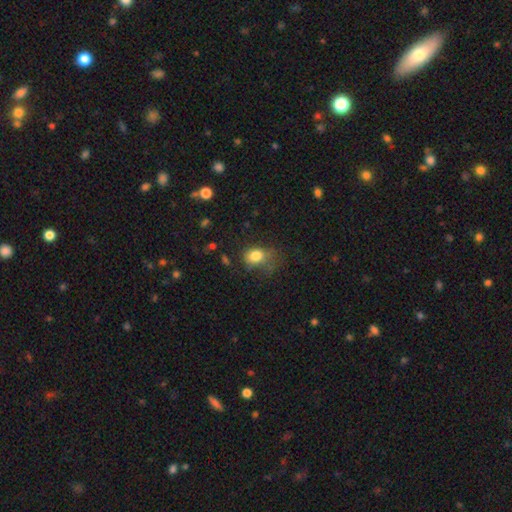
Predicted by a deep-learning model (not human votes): This is likely a smooth galaxy (79%). How rounded: possibly in between (60%). Merging: marginally none (41%).